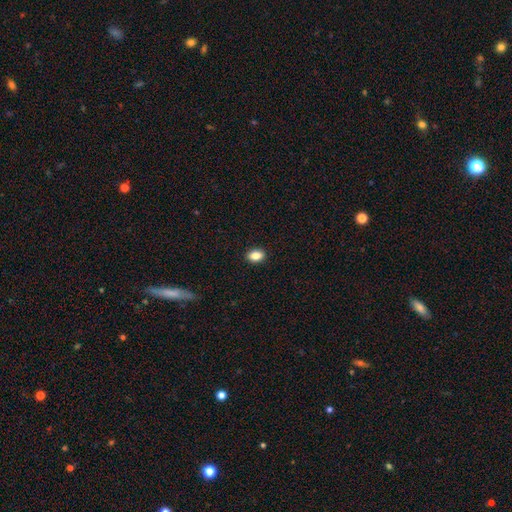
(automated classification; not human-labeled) smooth-or-featured: smooth: 85% | star or artifact: 9% | featured or disk: 6%
  how-rounded: in between: 80% | round: 18% | cigar-shaped: 2%
  merging: none: 91% | minor disturbance: 7% | major disturbance: 2% | merger: 1%